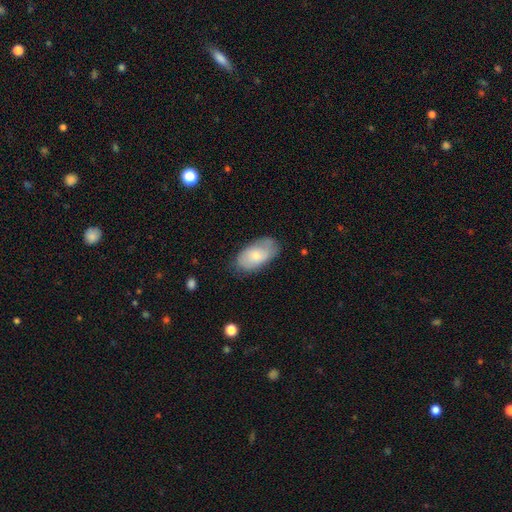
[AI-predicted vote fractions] Smooth or featured: smooth — 67% (featured or disk — 27%)
How rounded: in between — 94% (round — 4%)
Merging: none — 74% (minor disturbance — 20%)